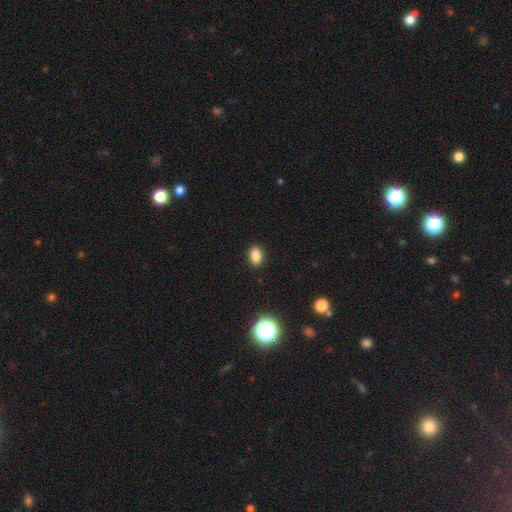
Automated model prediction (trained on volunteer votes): smooth-or-featured: smooth: 83% | star or artifact: 12% | featured or disk: 5%
  how-rounded: in between: 80% | round: 18% | cigar-shaped: 2%
  merging: none: 89% | minor disturbance: 7% | major disturbance: 2% | merger: 1%